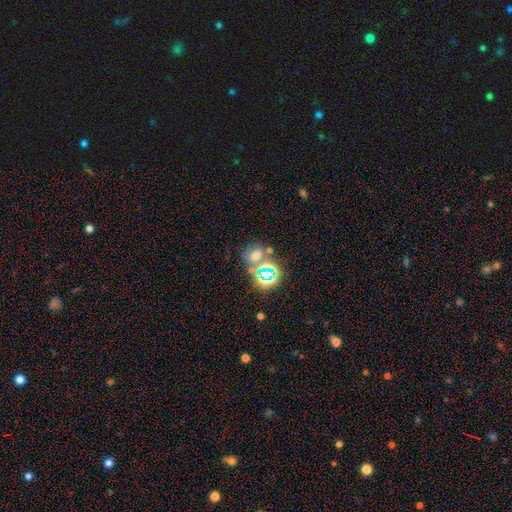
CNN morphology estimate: smooth 50%, star or artifact 36%, featured or disk 14%. Down the decision tree: merging — none (54%).